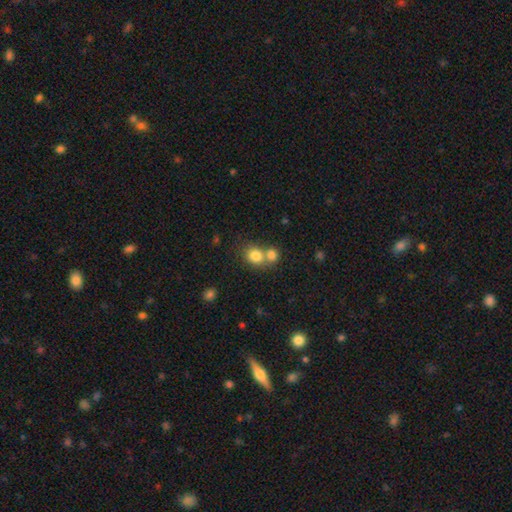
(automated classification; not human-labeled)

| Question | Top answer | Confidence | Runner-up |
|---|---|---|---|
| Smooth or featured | smooth | 80% | star or artifact (11%) |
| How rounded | round | 72% | in between (27%) |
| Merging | merger | 49% | none (41%) |